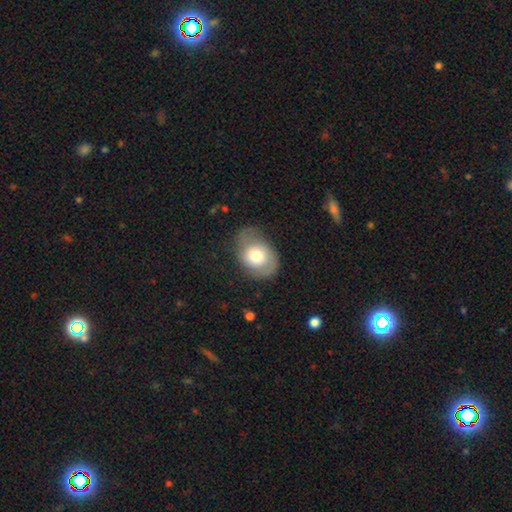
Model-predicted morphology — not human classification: smooth 62%, featured or disk 31%, star or artifact 7%. Down the decision tree: how rounded — in between (69%); merging — none (59%).